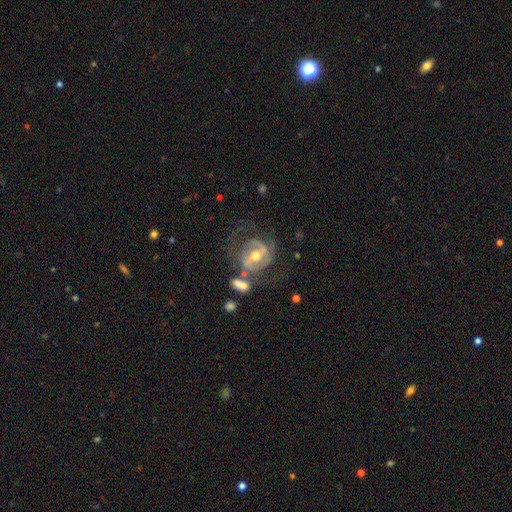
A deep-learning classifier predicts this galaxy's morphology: featured or disk 86%, smooth 8%, star or artifact 5%. Down the decision tree: edge-on disk — no (97%); bar — weak (41%); spiral arms — yes (91%); spiral arm count — 2 (64%); spiral winding — tight (43%, tied with medium); bulge size — moderate (71%); merging — none (51%).